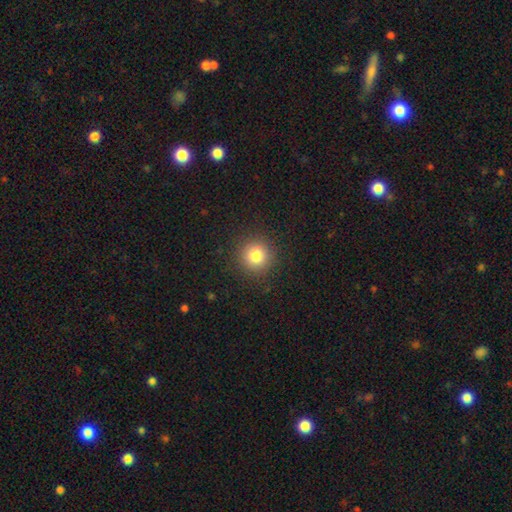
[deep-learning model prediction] Smooth or featured: smooth — 81% (star or artifact — 12%)
How rounded: round — 94% (in between — 5%)
Merging: none — 90% (minor disturbance — 7%)